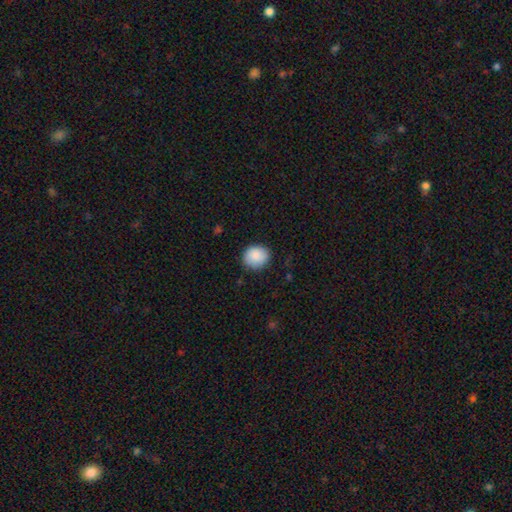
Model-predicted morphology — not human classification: A smooth galaxy with no disk features (88%) that is round (77%).

Vote fractions:
- Smooth or featured? smooth: 88% / star or artifact: 7% / featured or disk: 5%
- How rounded? round: 77% / in between: 22% / cigar-shaped: 1%
- Merging? none: 83% / minor disturbance: 13% / major disturbance: 3% / merger: 1%